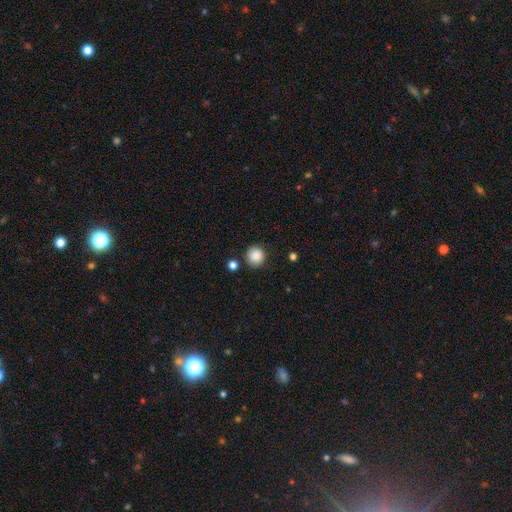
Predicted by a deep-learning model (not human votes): smooth-or-featured: smooth: 88% | star or artifact: 9% | featured or disk: 3%
  how-rounded: round: 93% | in between: 6% | cigar-shaped: 1%
  merging: none: 86% | minor disturbance: 8% | merger: 3% | major disturbance: 3%